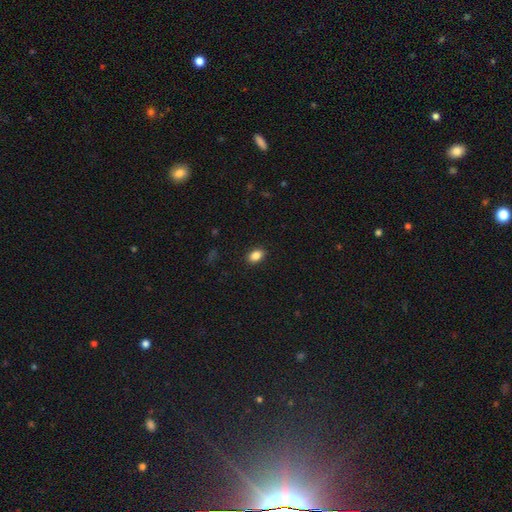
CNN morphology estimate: A smooth galaxy with no disk features (86%) that is in between round and cigar-shaped (80%).

Vote fractions:
- Smooth or featured? smooth: 86% / star or artifact: 9% / featured or disk: 5%
- How rounded? in between: 80% / round: 19% / cigar-shaped: 1%
- Merging? none: 90% / minor disturbance: 8% / major disturbance: 2% / merger: 1%